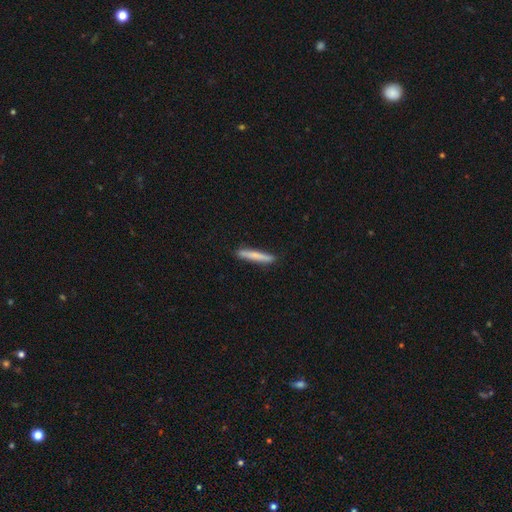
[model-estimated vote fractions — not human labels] A smooth galaxy with no disk features (76%) that is cigar-shaped (96%). Merging: none (90%).